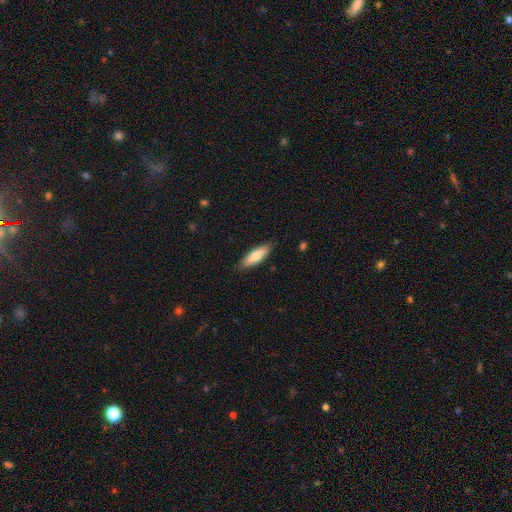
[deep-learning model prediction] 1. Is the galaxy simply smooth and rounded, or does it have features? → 74% smooth, 21% featured or disk, 6% star or artifact.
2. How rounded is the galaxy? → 50% in between, 48% cigar-shaped, 2% round.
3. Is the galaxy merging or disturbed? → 85% none, 12% minor disturbance, 2% major disturbance, 1% merger.